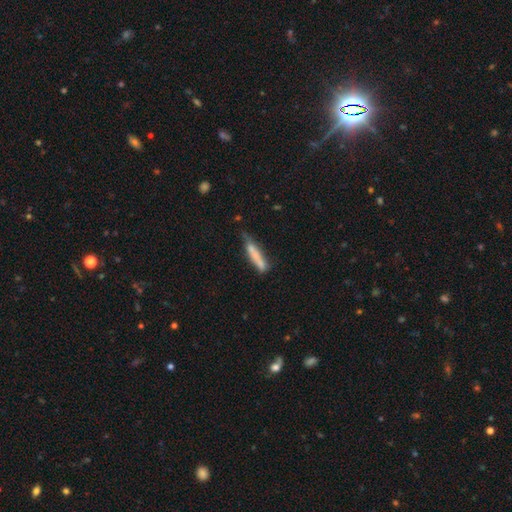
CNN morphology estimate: This is likely a smooth galaxy (70%). How rounded: clearly cigar-shaped (89%). Merging: possibly none (52%).